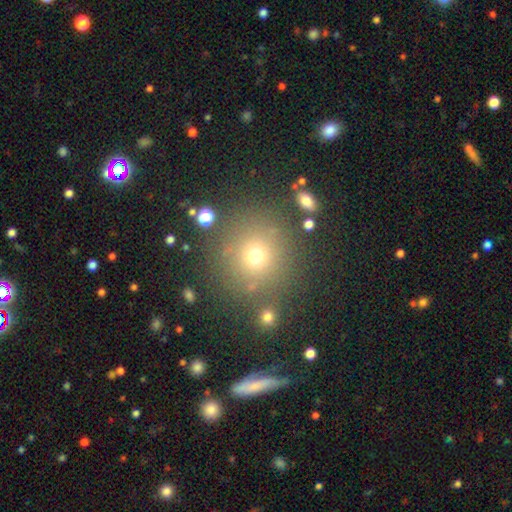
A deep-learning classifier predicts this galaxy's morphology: A smooth galaxy with no disk features (68%) that is round (92%). Merging: none (81%).